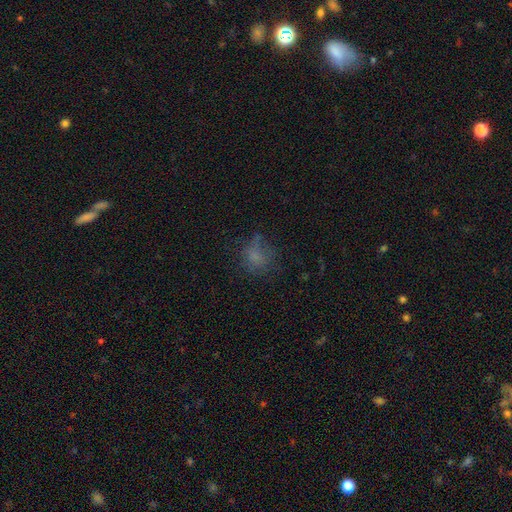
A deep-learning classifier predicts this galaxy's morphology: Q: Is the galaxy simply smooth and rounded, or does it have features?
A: smooth — 64%.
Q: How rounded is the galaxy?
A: round — 64%.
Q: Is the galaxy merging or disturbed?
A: none — 55%.